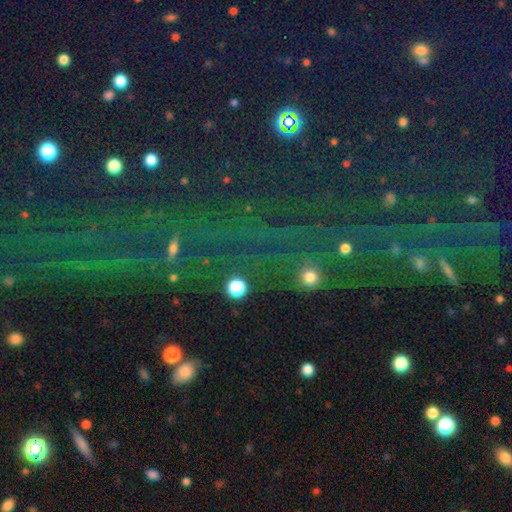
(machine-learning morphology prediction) Smooth or featured? star or artifact (77%)